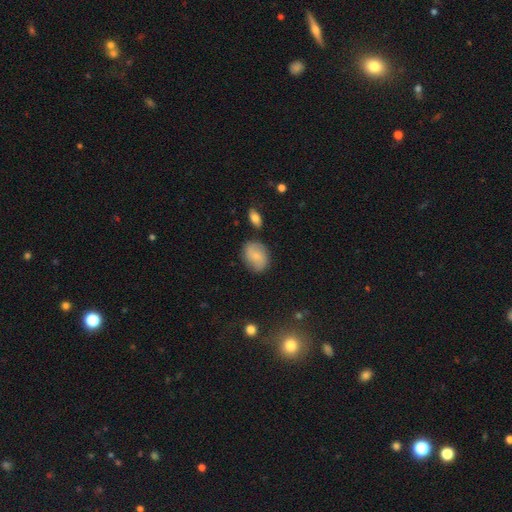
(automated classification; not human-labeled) The model was most divided on "how rounded": in between: 63%, round: 35%, cigar-shaped: 1%. More confident: merging — none (78%); smooth or featured — smooth (66%).